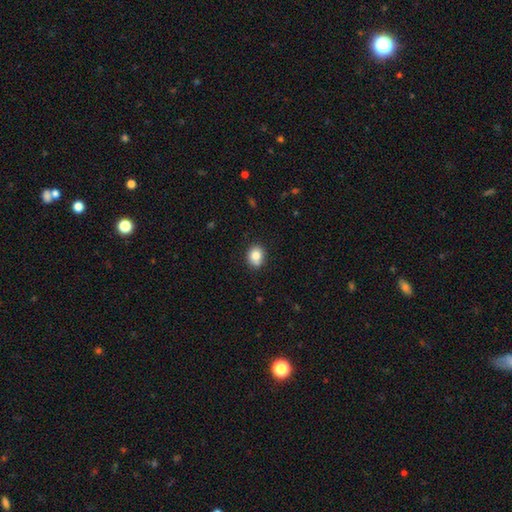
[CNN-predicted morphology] Smooth or featured? Predicted: smooth (p=0.81). How rounded? Predicted: round (p=0.59). Merging? Predicted: none (p=0.76).